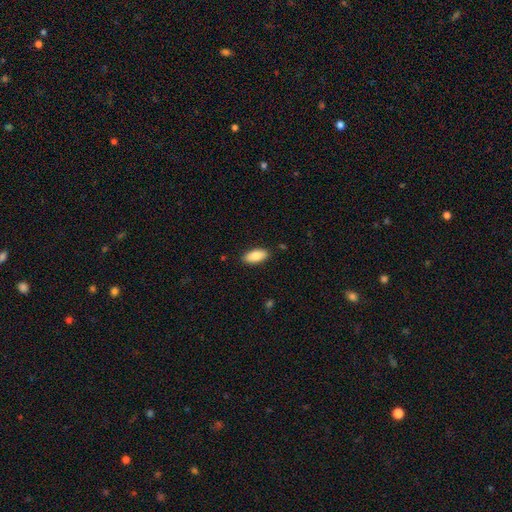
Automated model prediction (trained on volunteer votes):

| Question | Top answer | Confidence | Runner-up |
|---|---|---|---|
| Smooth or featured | smooth | 86% | featured or disk (7%) |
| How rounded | in between | 88% | cigar-shaped (10%) |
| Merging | none | 88% | minor disturbance (9%) |